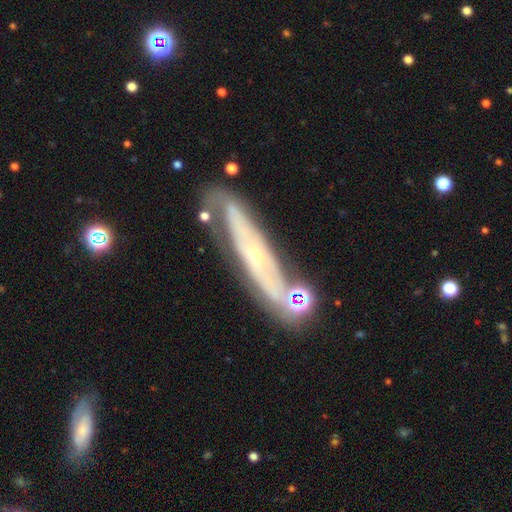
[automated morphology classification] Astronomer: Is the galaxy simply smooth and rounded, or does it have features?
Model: featured or disk — 79%.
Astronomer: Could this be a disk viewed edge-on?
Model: no — 63%.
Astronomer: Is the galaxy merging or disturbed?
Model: none — 61%.